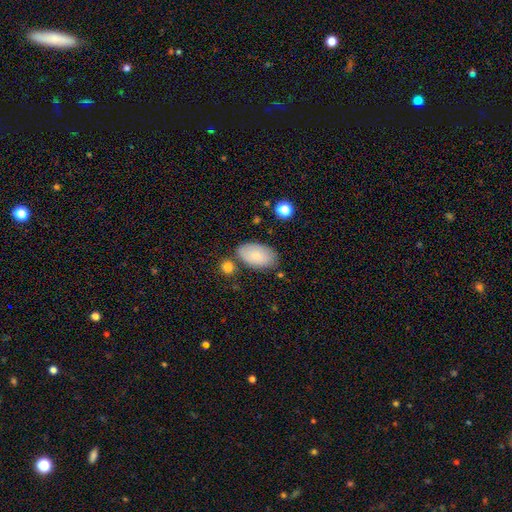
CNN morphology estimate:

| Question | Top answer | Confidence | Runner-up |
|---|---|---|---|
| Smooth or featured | smooth | 81% | featured or disk (13%) |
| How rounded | in between | 95% | round (4%) |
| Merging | none | 72% | minor disturbance (17%) |